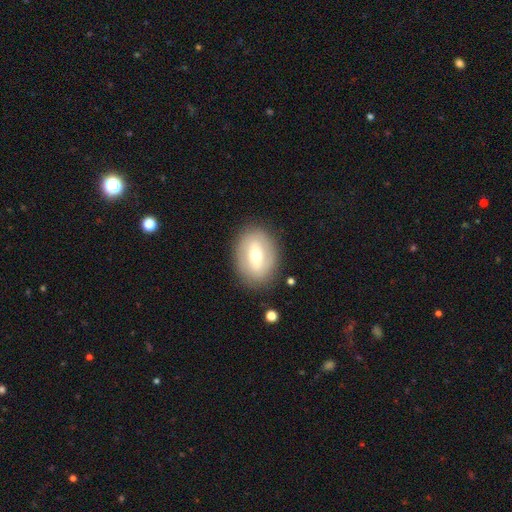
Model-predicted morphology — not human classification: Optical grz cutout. It shows a featured or disk galaxy (47%). Merging: none (84%).